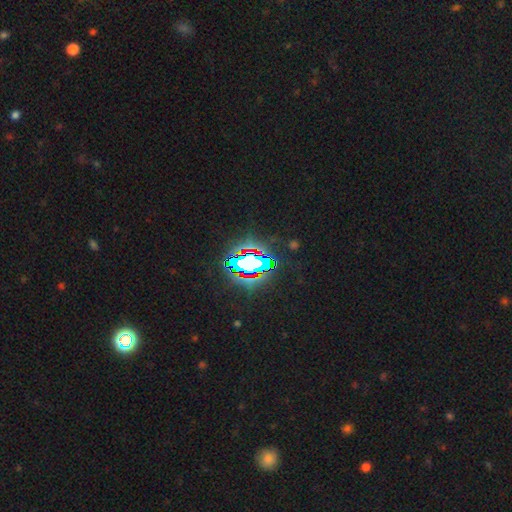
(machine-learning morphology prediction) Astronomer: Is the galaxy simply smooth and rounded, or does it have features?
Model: star or artifact — 80%.